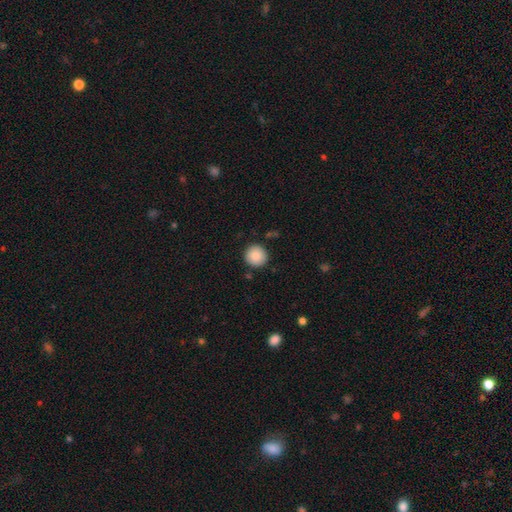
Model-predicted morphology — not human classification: Smooth or featured? Predicted: smooth (p=0.87). How rounded? Predicted: round (p=0.94). Merging? Predicted: none (p=0.90).